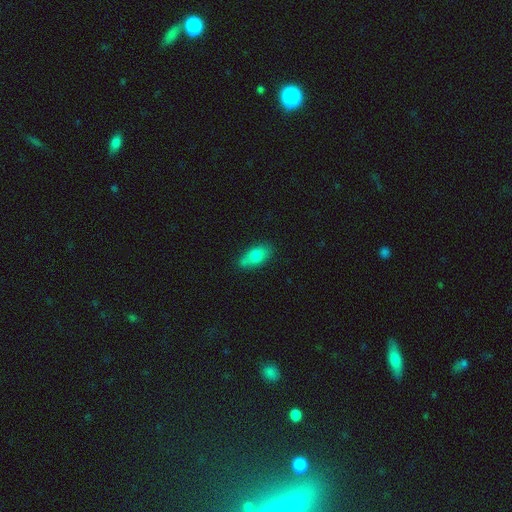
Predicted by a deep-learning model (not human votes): Smooth or featured? Predicted: smooth (p=0.76). How rounded? Predicted: in between (p=0.85). Merging? Predicted: none (p=0.64).